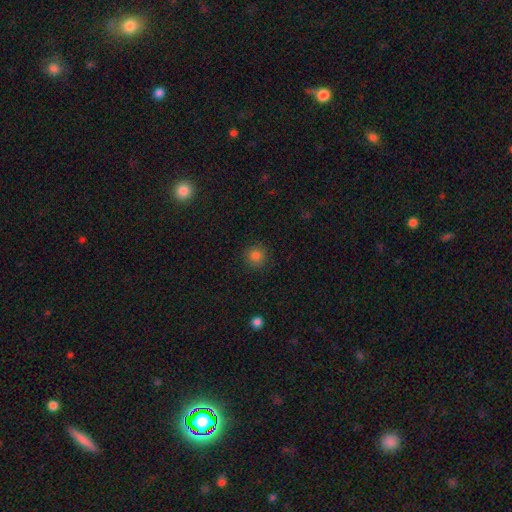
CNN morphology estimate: A smooth galaxy with no disk features (83%) that is round (92%).

Vote fractions:
- Smooth or featured? smooth: 83% / star or artifact: 13% / featured or disk: 4%
- How rounded? round: 92% / in between: 7% / cigar-shaped: 1%
- Merging? none: 89% / minor disturbance: 7% / major disturbance: 2% / merger: 1%